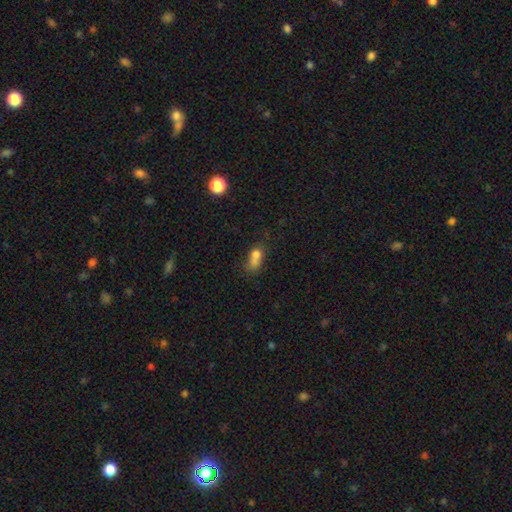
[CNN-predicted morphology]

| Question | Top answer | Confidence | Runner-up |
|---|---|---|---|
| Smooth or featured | smooth | 70% | featured or disk (17%) |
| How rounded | in between | 56% | round (39%) |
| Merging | merger | 52% | none (24%) |